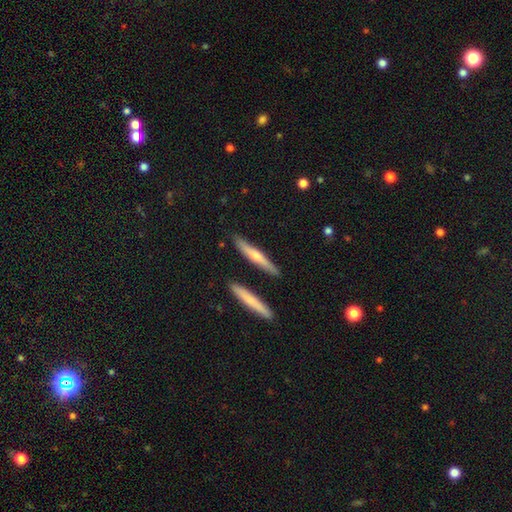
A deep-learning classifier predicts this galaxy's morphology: This is possibly a smooth galaxy (48%). Merging: clearly none (84%).